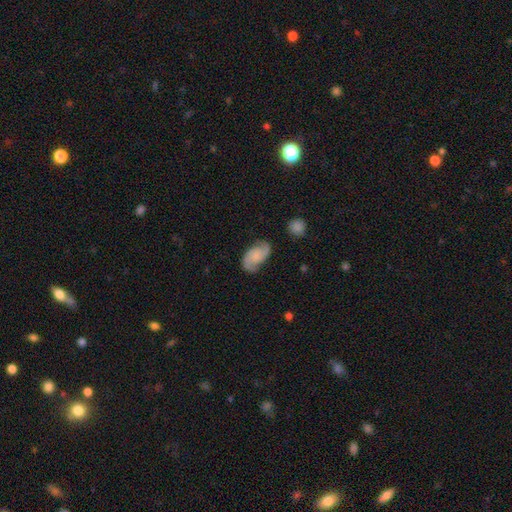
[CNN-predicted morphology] smooth-or-featured: featured or disk: 75% | smooth: 18% | star or artifact: 6%
  disk-edge-on: no: 97% | yes: 3%
    bar: no: 61% | weak: 32% | strong: 6%
    has-spiral-arms: yes: 96% | no: 4%
      spiral-winding: medium: 48% | loose: 29% | tight: 23%
      spiral-arm-count: 2: 91% | can't tell: 3% | 1: 2% | 3: 2% | 4: 1% | more than 4: 1%
    bulge-size: none: 45% | small: 32% | moderate: 16% | large: 5% | dominant: 2%
  merging: none: 75% | minor disturbance: 17% | major disturbance: 6% | merger: 2%